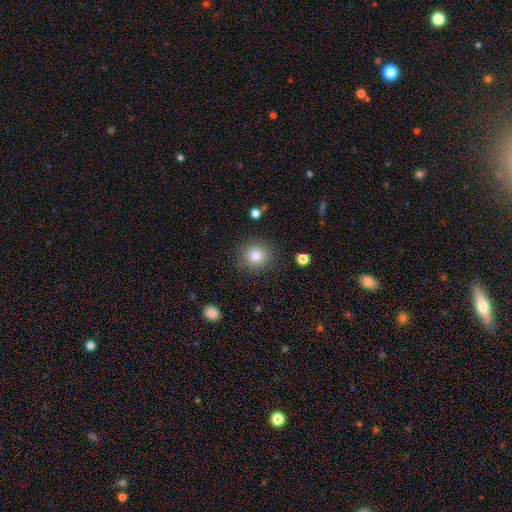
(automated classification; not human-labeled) The model was most divided on "smooth or featured": smooth: 81%, star or artifact: 11%, featured or disk: 8%. More confident: how rounded — round (89%); merging — none (86%).